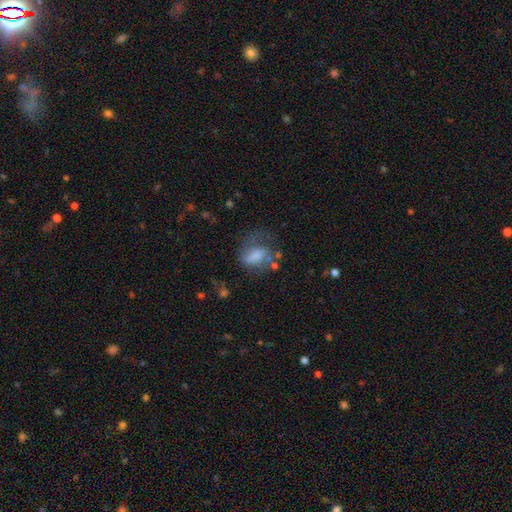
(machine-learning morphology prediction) A smooth galaxy with no disk features (51%) that is in between round and cigar-shaped (73%). Merging: major disturbance (37%).